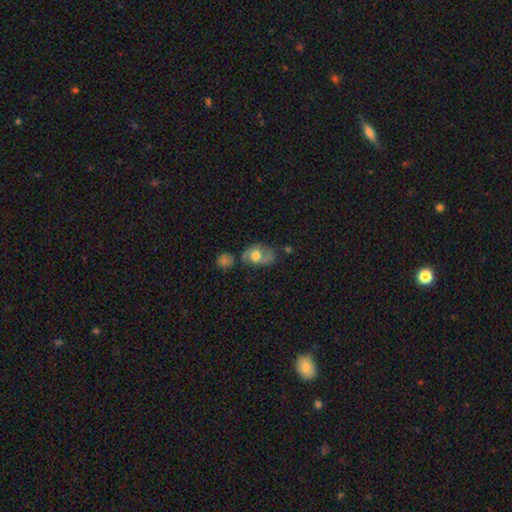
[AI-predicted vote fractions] Smooth or featured?
  - featured or disk: 49% *
  - smooth: 43%
  - star or artifact: 8%
Merging?
  - none: 52% *
  - minor disturbance: 26%
  - major disturbance: 13%
  - merger: 9%